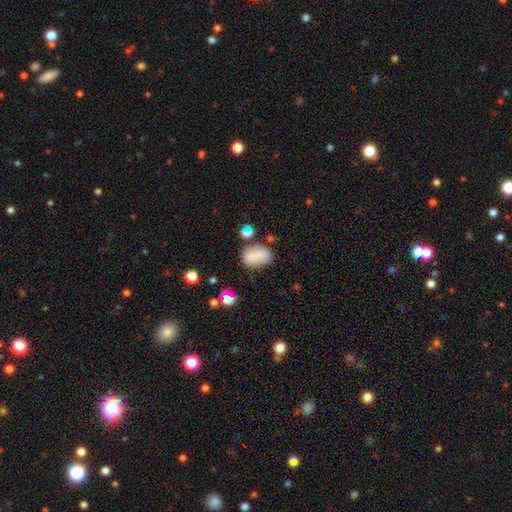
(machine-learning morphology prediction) The model was most divided on "merging": none: 63%, minor disturbance: 20%, merger: 10%, major disturbance: 7%. More confident: how rounded — in between (82%); smooth or featured — smooth (81%).